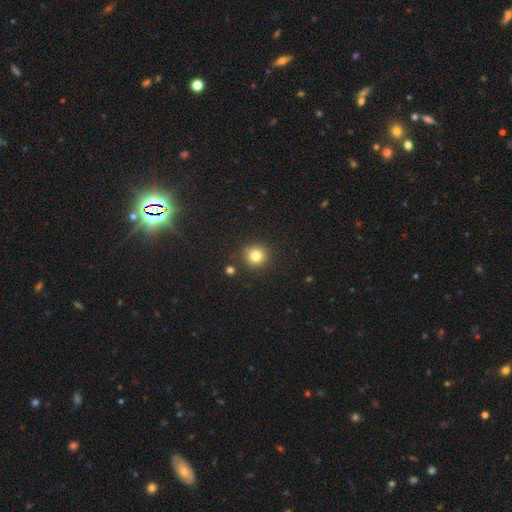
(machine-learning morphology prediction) A smooth galaxy with no disk features (80%) that is round (94%).

Vote fractions:
- Smooth or featured? smooth: 80% / star or artifact: 13% / featured or disk: 7%
- How rounded? round: 94% / in between: 5% / cigar-shaped: 1%
- Merging? none: 89% / minor disturbance: 6% / merger: 3% / major disturbance: 2%